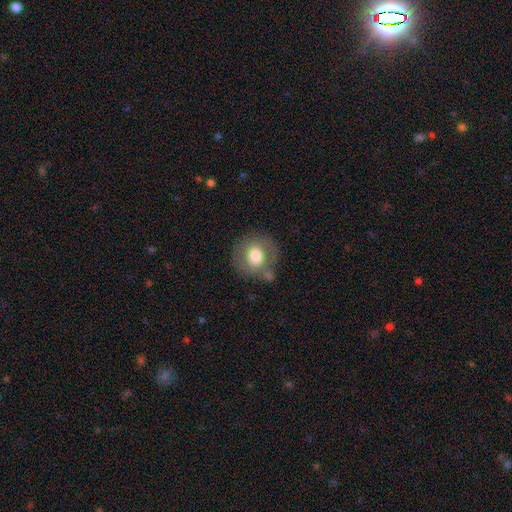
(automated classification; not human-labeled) Q: Smooth or featured?
A: smooth (68%); runner-up: featured or disk (24%)
Q: How rounded?
A: round (87%); runner-up: in between (12%)
Q: Merging?
A: none (71%); runner-up: minor disturbance (15%)